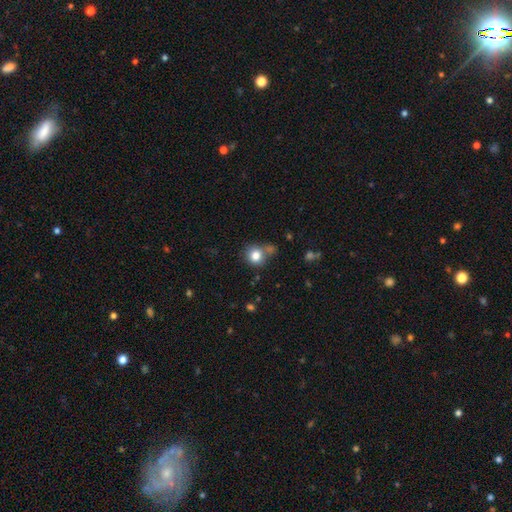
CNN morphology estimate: smooth 81%, star or artifact 11%, featured or disk 8%. Down the decision tree: how rounded — round (85%); merging — none (65%).